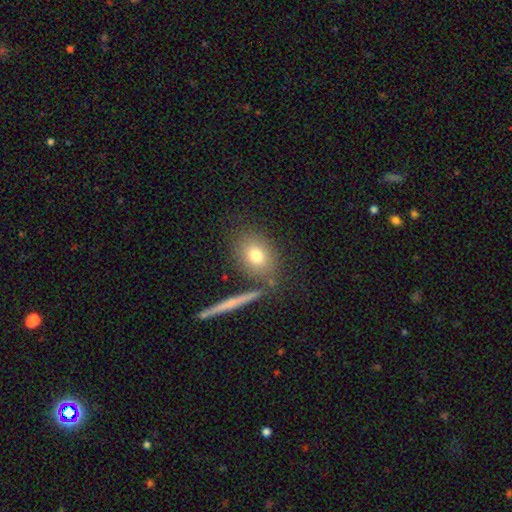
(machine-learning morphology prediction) smooth-or-featured: smooth: 74% | featured or disk: 15% | star or artifact: 11%
  how-rounded: round: 51% | in between: 45% | cigar-shaped: 4%
  merging: none: 76% | minor disturbance: 11% | merger: 7% | major disturbance: 5%